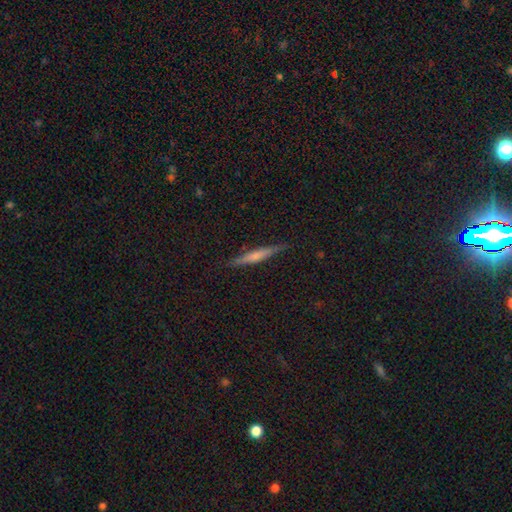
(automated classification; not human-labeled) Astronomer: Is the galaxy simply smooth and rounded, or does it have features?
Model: smooth — 50% (runner-up: featured or disk, 43%).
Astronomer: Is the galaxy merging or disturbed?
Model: none — 87%.